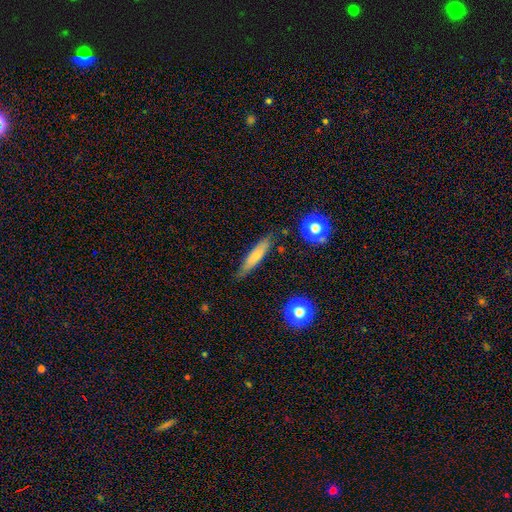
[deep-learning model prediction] A smooth galaxy with no disk features (68%) that is cigar-shaped (81%).

Vote fractions:
- Smooth or featured? smooth: 68% / featured or disk: 24% / star or artifact: 8%
- How rounded? cigar-shaped: 81% / in between: 17% / round: 2%
- Merging? none: 79% / minor disturbance: 16% / major disturbance: 3% / merger: 2%